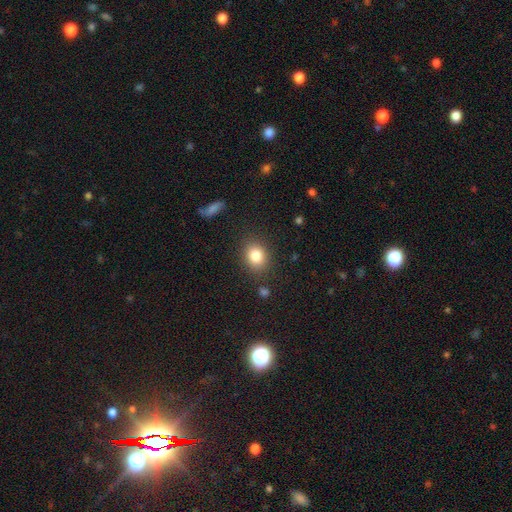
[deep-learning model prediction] smooth-or-featured: smooth: 83% | star or artifact: 10% | featured or disk: 7%
  how-rounded: round: 60% | in between: 39% | cigar-shaped: 1%
  merging: none: 84% | minor disturbance: 10% | major disturbance: 3% | merger: 2%